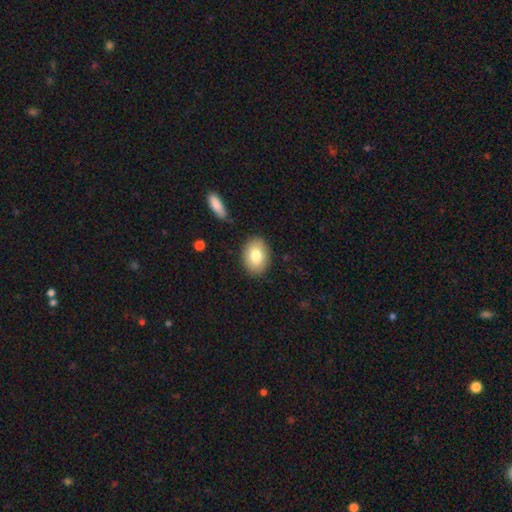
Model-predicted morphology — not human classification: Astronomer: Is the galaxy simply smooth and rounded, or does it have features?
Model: smooth — 79%.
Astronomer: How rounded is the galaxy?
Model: in between — 78%.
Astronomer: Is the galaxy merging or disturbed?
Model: none — 86%.